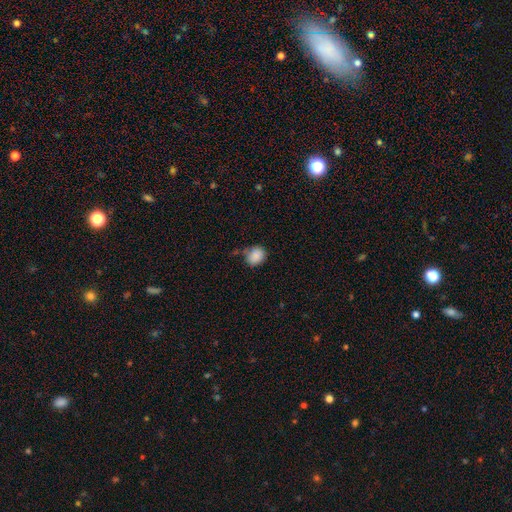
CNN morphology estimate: smooth_or_featured: smooth (p=0.88) [alt: star or artifact p=0.08]
how_rounded: round (p=0.66) [alt: in between p=0.33]
merging: none (p=0.64) [alt: minor disturbance p=0.24]